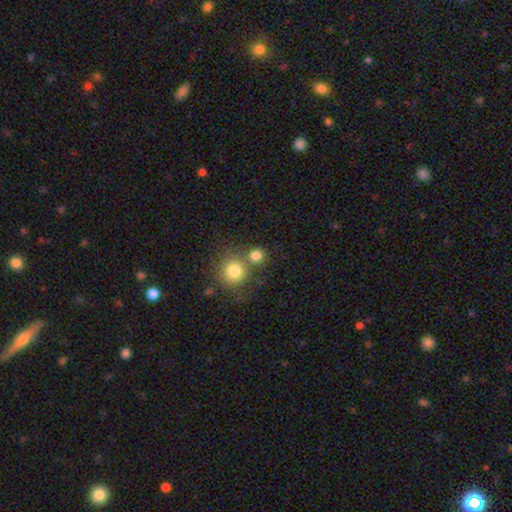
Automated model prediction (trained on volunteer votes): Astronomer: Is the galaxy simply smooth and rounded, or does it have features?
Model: smooth — 80%.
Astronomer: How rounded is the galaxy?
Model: round — 87%.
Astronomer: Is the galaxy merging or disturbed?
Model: none — 57%.